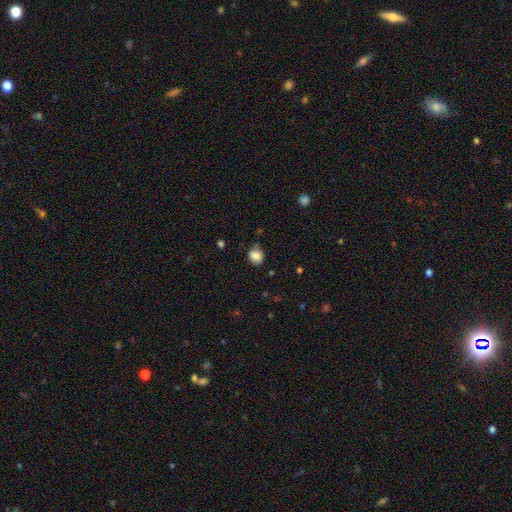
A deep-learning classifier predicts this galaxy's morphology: smooth_or_featured: smooth (p=0.82) [alt: star or artifact p=0.10]
how_rounded: round (p=0.62) [alt: in between p=0.37]
merging: none (p=0.66) [alt: minor disturbance p=0.25]